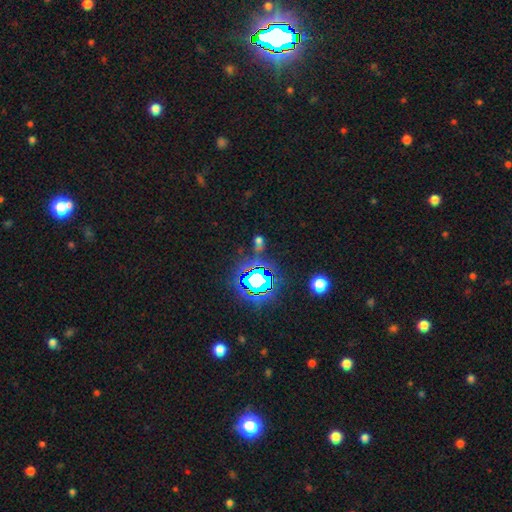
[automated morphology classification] This is clearly a star or artifact rather than a galaxy (83%).